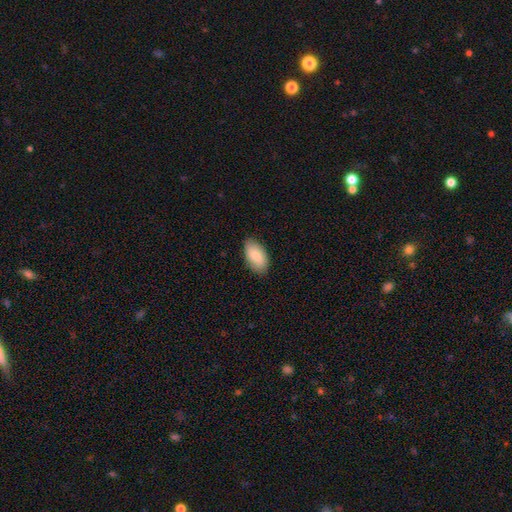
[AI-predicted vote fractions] This is clearly a smooth galaxy (83%). How rounded: clearly in between (95%). Merging: clearly none (85%).